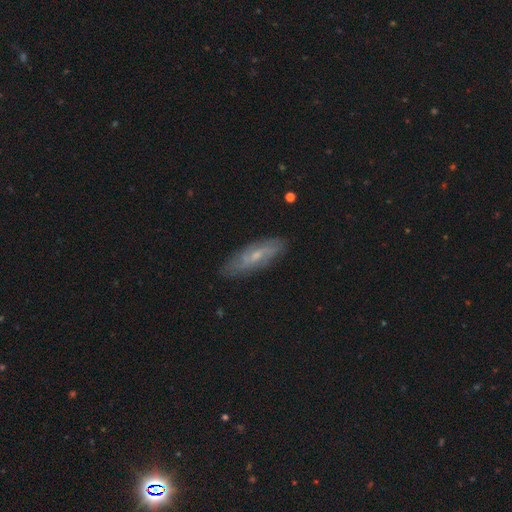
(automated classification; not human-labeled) A featured or disk galaxy (59%).

Vote fractions:
- Smooth or featured? featured or disk: 59% / smooth: 33% / star or artifact: 8%
- Edge-on disk? no: 73% / yes: 27%
- Merging? none: 80% / minor disturbance: 15% / major disturbance: 3% / merger: 1%